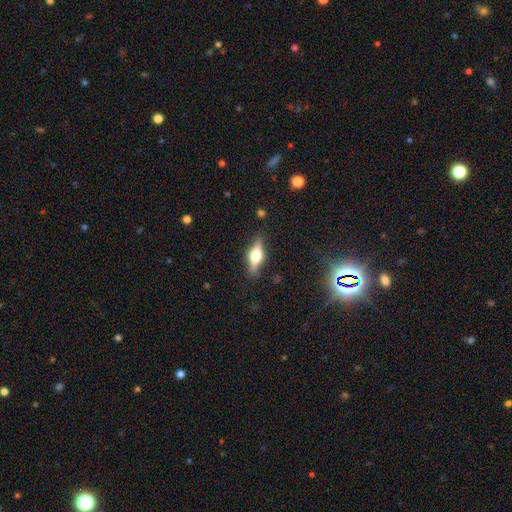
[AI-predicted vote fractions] Smooth or featured? featured or disk (55%)
Edge-on disk? yes (94%)
Edge-on bulge? rounded (92%)
Merging? none (84%)